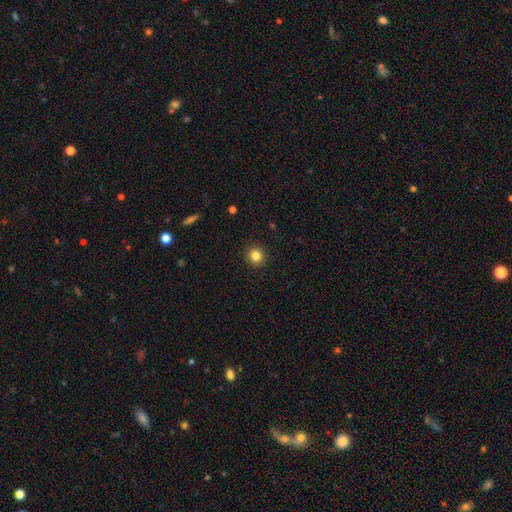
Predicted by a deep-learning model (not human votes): A smooth galaxy with no disk features (83%) that is round (92%). Merging: none (92%).